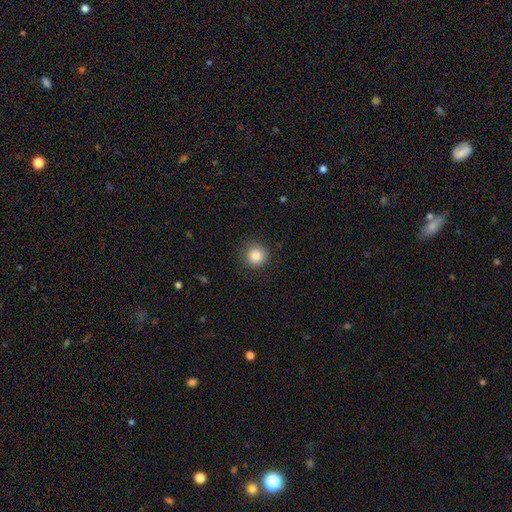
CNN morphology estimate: Overall: smooth (85%). How rounded: round (95%). Merging: none (88%).